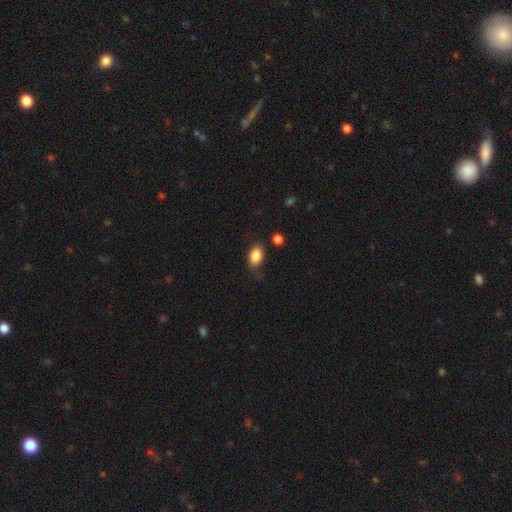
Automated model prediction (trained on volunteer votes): A smooth galaxy with no disk features (86%) that is in between round and cigar-shaped (83%). Merging: none (68%).